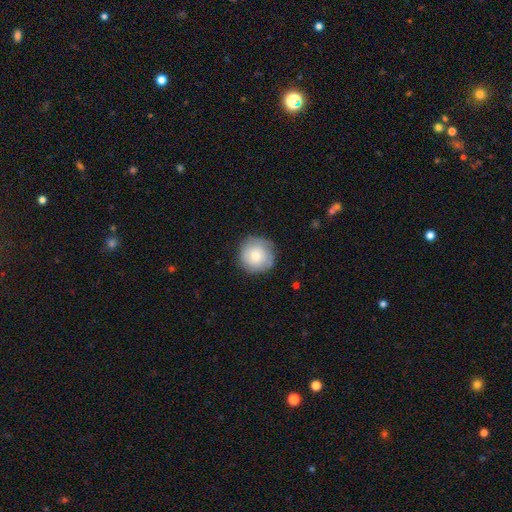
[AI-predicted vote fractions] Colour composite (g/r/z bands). It shows a smooth galaxy with no disk features (73%) that is round (95%). Merging: none (82%).